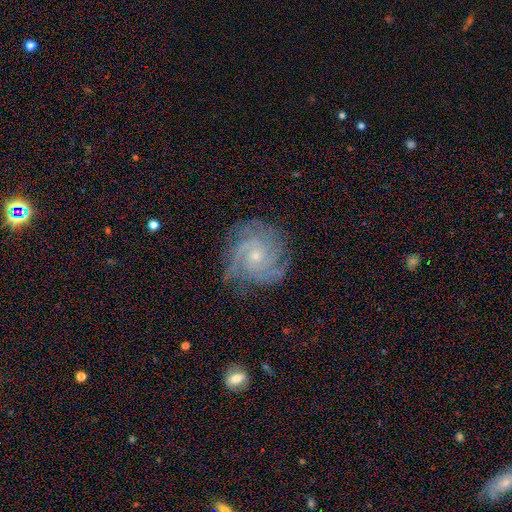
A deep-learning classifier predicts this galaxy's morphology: This is clearly a featured or disk galaxy (87%). It is clearly not viewed edge-on (98%). Bar: likely no (75%). Spiral arm pattern: clearly yes (98%). Spiral arm count: marginally 4 (25%, tied with 3). Spiral winding: likely tight (73%). Central bulge: likely small (77%). Merging: likely none (78%).